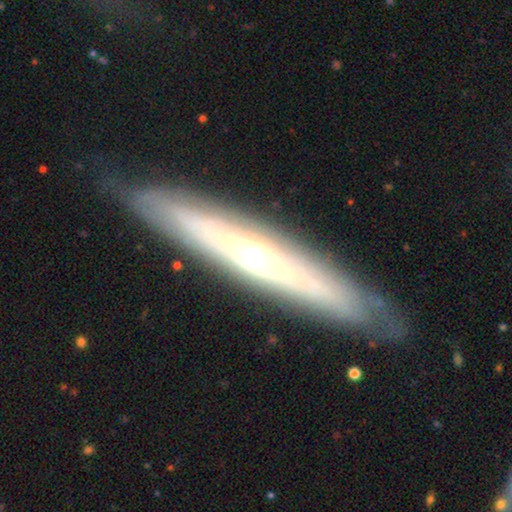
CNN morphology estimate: Smooth or featured: featured or disk — 71% (smooth — 23%)
Edge-on disk: yes — 68% (no — 32%)
Merging: none — 83% (minor disturbance — 12%)